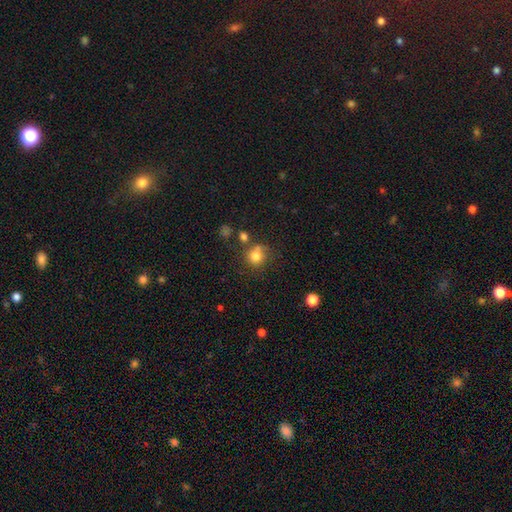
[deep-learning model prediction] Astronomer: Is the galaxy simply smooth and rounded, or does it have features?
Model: smooth — 79%.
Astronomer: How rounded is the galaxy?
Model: round — 84%.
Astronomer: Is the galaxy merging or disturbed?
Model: none — 60%.